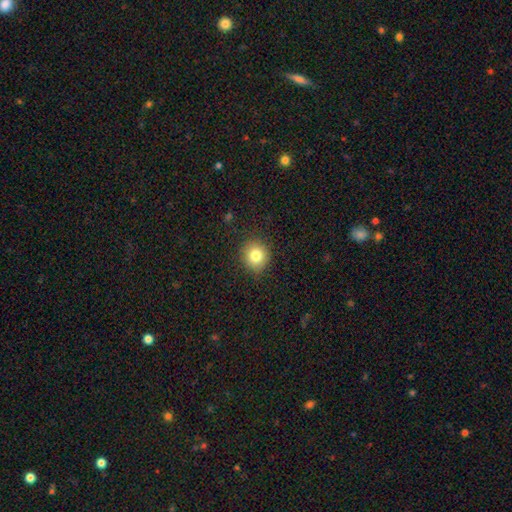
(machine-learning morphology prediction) This is clearly a smooth galaxy (81%). How rounded: clearly round (86%). Merging: clearly none (88%).